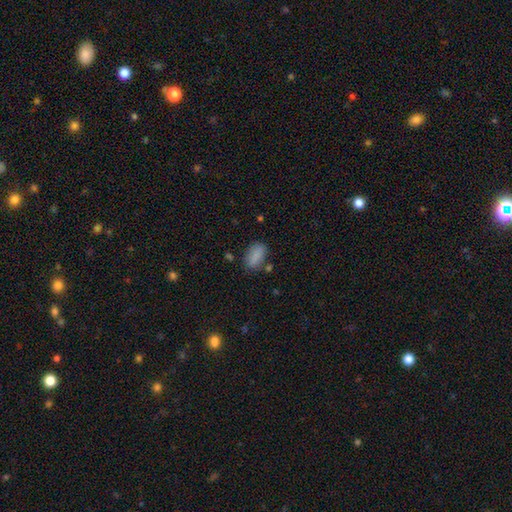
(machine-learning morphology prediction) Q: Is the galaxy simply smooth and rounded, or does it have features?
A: smooth — 86%.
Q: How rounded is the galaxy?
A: in between — 90%.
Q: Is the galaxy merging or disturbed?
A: none — 75%.